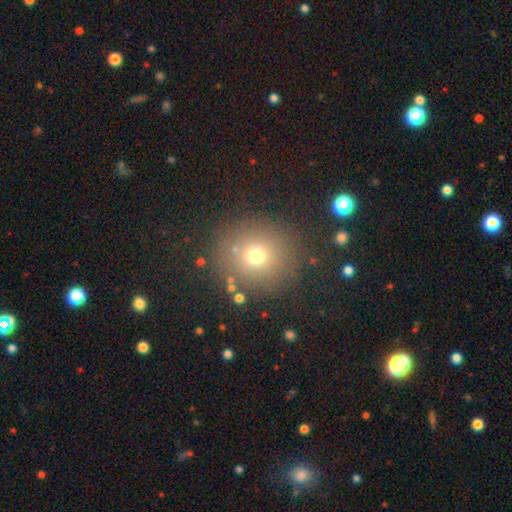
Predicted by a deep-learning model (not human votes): A smooth galaxy with no disk features (68%) that is round (89%). Merging: none (84%).